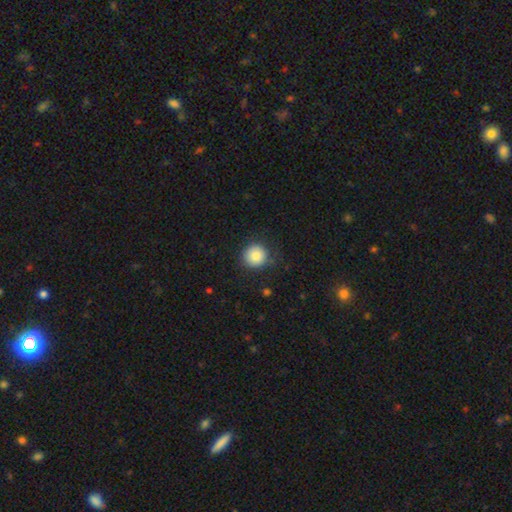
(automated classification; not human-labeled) smooth-or-featured: smooth: 84% | star or artifact: 9% | featured or disk: 7%
  how-rounded: round: 93% | in between: 6% | cigar-shaped: 1%
  merging: none: 81% | minor disturbance: 13% | major disturbance: 4% | merger: 1%